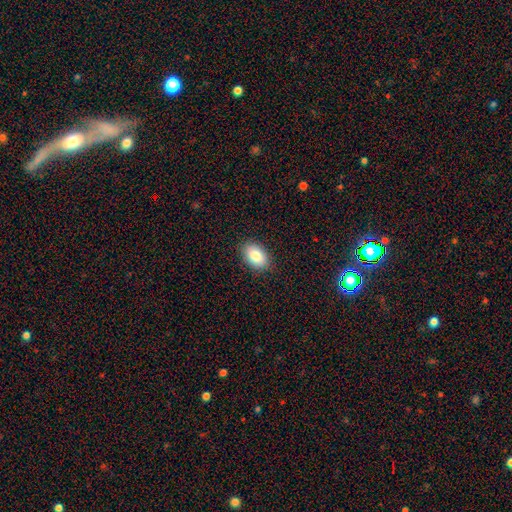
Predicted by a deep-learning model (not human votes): Overall: smooth (85%). How rounded: in between (88%). Merging: none (88%).